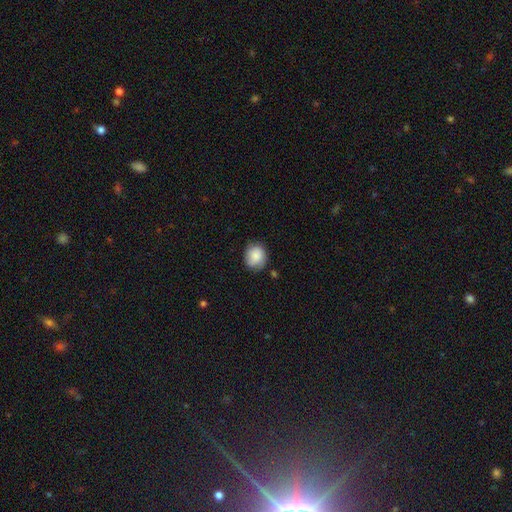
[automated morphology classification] The model was most divided on "how rounded": round: 71%, in between: 28%, cigar-shaped: 1%. More confident: smooth or featured — smooth (83%); merging — none (74%).